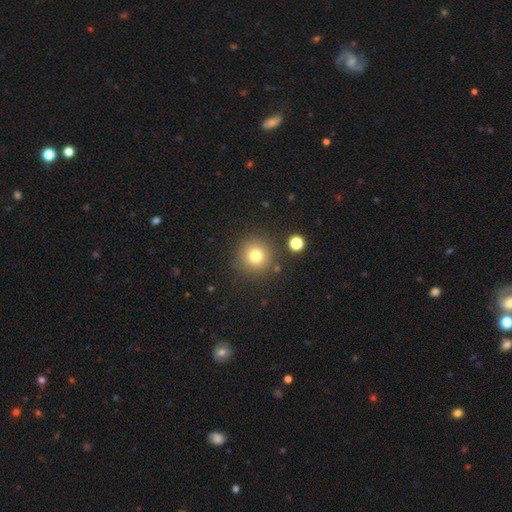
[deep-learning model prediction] Smooth or featured? smooth (77%)
How rounded? round (95%)
Merging? none (86%)